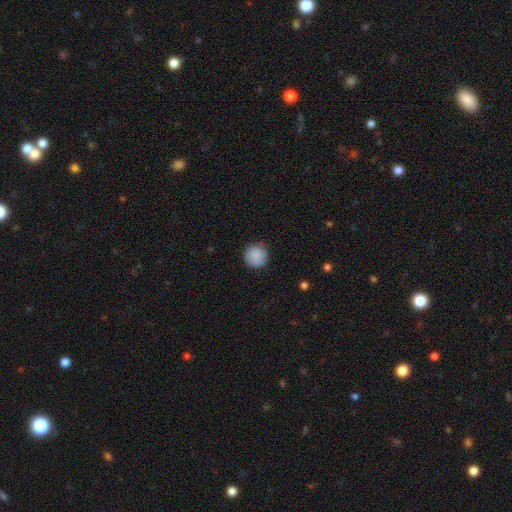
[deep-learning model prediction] Overall: smooth (89%). How rounded: round (95%). Merging: none (88%).